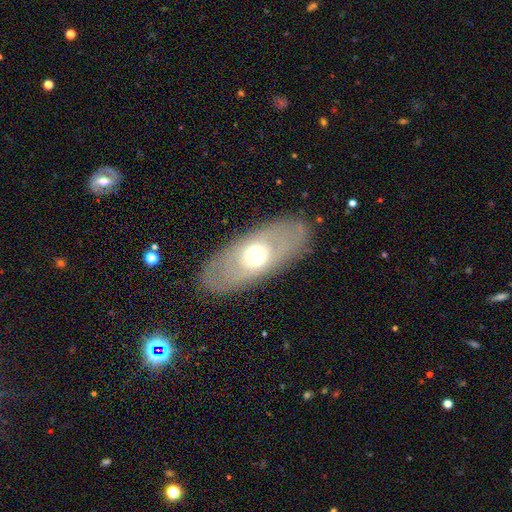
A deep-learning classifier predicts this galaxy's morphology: A featured or disk galaxy (53%). Merging: none (83%).